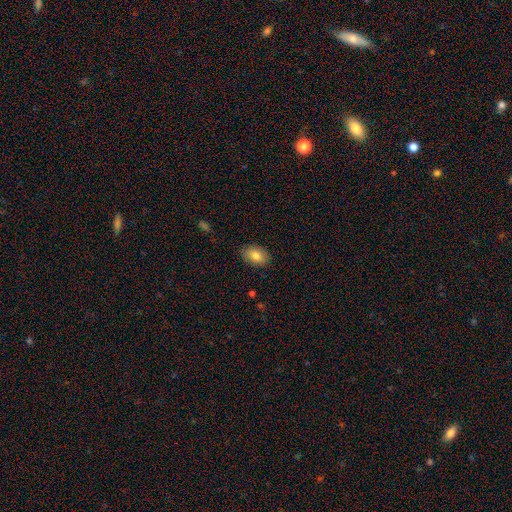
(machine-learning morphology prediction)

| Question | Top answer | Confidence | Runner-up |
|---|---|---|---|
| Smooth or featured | smooth | 83% | featured or disk (10%) |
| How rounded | in between | 89% | round (9%) |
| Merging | none | 86% | minor disturbance (10%) |